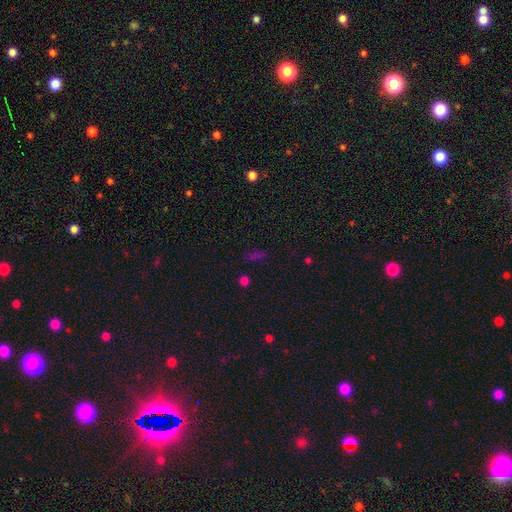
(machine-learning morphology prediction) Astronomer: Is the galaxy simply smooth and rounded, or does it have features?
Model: smooth — 60%.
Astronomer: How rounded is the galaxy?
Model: in between — 58%.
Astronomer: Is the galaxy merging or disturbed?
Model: none — 80%.